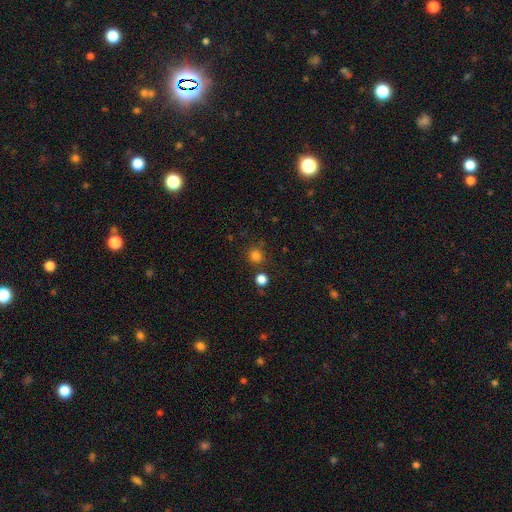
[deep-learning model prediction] smooth 80%, star or artifact 16%, featured or disk 4%. Down the decision tree: how rounded — round (92%); merging — none (80%).